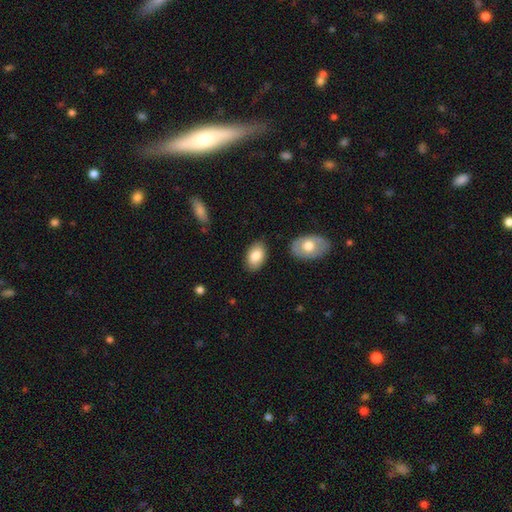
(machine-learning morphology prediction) Smooth or featured: smooth — 83% (featured or disk — 11%)
How rounded: in between — 92% (round — 6%)
Merging: none — 84% (minor disturbance — 11%)